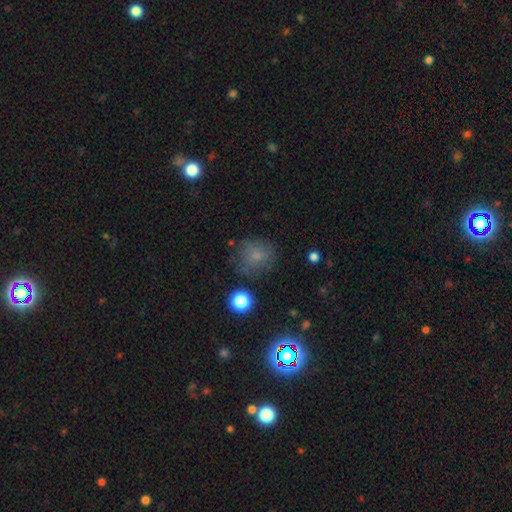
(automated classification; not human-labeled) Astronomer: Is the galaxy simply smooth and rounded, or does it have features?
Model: smooth — 72%.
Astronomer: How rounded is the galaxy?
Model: round — 83%.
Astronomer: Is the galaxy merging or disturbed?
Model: none — 69%.